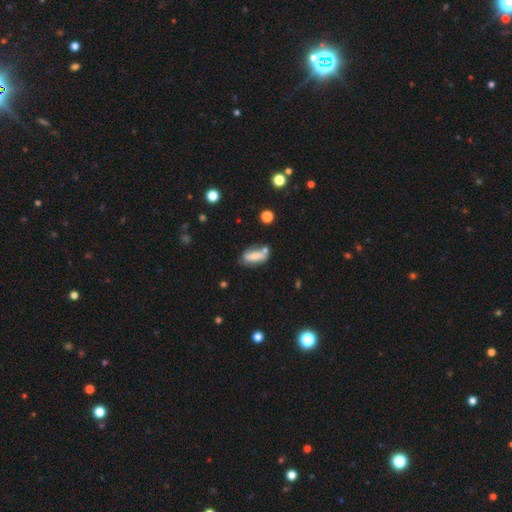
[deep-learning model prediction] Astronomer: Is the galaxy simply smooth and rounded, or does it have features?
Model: smooth — 63%.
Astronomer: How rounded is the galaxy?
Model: in between — 76%.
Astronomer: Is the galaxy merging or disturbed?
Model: none — 52%.